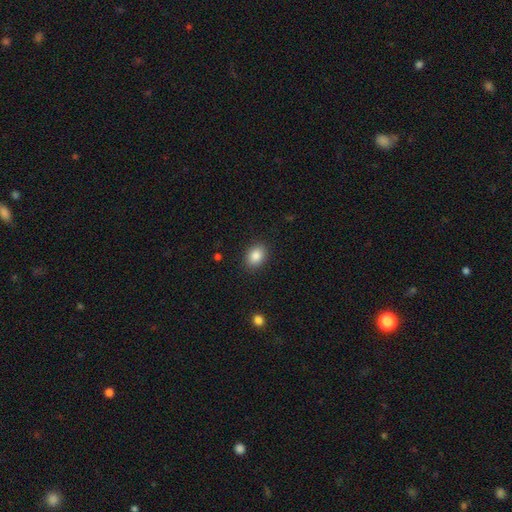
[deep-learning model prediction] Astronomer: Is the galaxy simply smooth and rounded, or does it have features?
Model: smooth — 86%.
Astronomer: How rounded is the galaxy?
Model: in between — 64%.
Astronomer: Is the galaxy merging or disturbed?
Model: none — 89%.